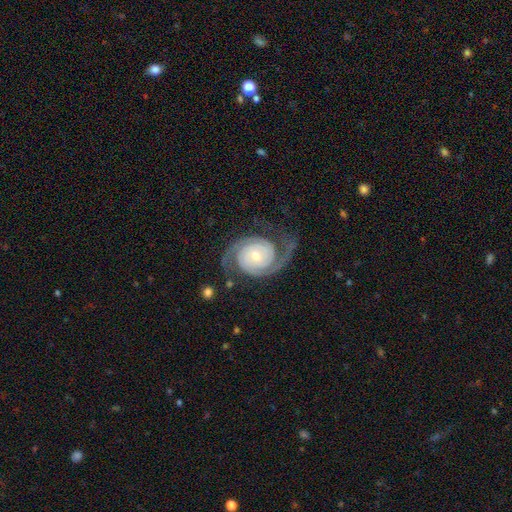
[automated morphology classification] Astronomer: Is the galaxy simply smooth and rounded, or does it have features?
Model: featured or disk — 92%.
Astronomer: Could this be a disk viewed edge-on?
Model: no — 98%.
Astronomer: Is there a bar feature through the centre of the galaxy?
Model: no — 73%.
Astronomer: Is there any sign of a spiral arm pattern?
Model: yes — 98%.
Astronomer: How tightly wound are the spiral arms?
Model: tight — 52% (runner-up: medium, 37%).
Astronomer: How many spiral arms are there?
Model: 2 — 91%.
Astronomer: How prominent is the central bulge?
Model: small — 53% (runner-up: moderate, 43%).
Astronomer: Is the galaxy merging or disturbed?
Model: none — 75%.